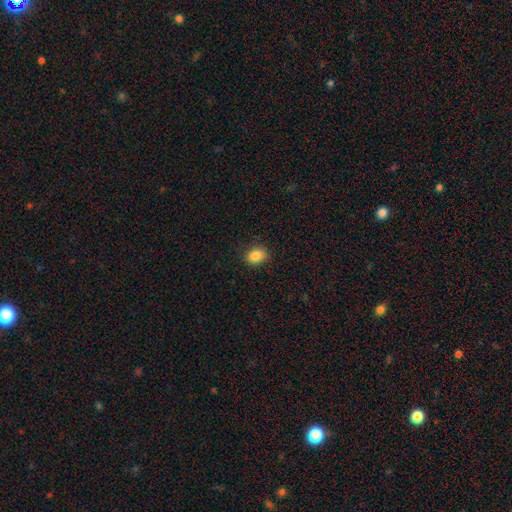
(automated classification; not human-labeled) A smooth galaxy with no disk features (86%) that is in between round and cigar-shaped (59%). Merging: none (88%).